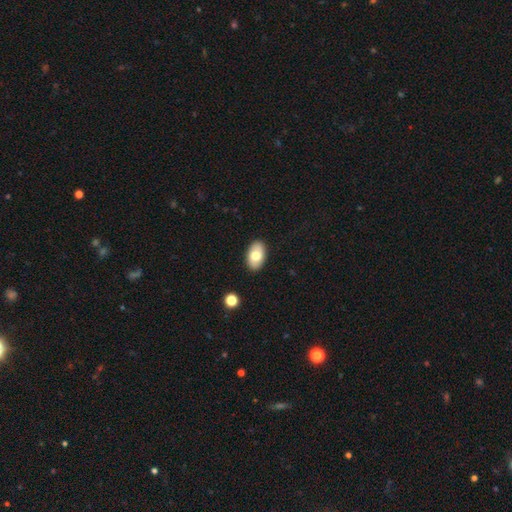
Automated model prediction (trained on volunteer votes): A smooth galaxy with no disk features (72%) that is in between round and cigar-shaped (93%).

Vote fractions:
- Smooth or featured? smooth: 72% / featured or disk: 22% / star or artifact: 7%
- How rounded? in between: 93% / round: 5% / cigar-shaped: 1%
- Merging? none: 88% / minor disturbance: 9% / major disturbance: 2% / merger: 1%